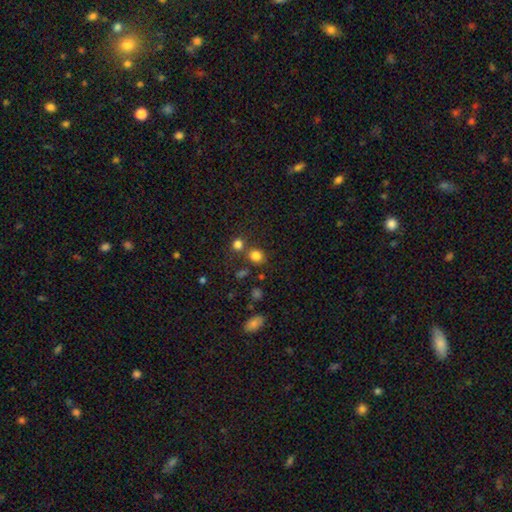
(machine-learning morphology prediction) type=smooth (81%); roundness=round (72%); merging=none (67%).